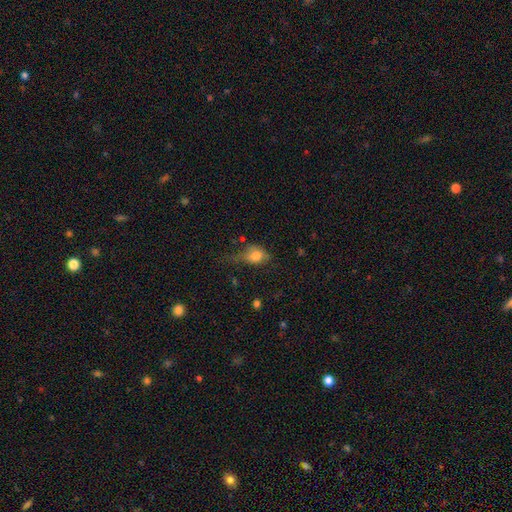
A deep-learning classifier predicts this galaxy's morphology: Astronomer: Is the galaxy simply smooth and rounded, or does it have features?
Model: smooth — 76%.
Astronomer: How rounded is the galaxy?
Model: in between — 63%.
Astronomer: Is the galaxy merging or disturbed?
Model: minor disturbance — 36% (runner-up: none, 32%).